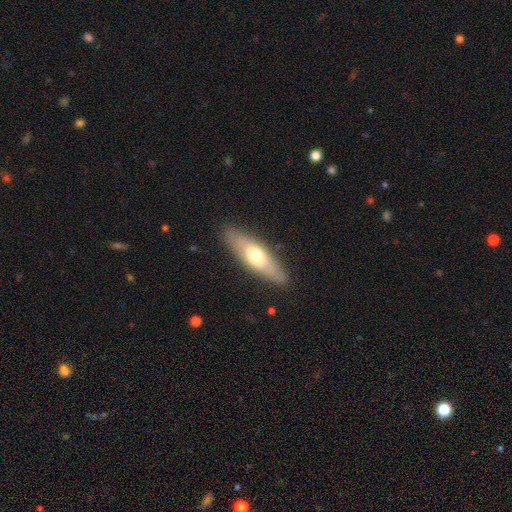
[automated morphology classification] smooth 56%, featured or disk 38%, star or artifact 6%. Down the decision tree: how rounded — cigar-shaped (56%); merging — none (87%).